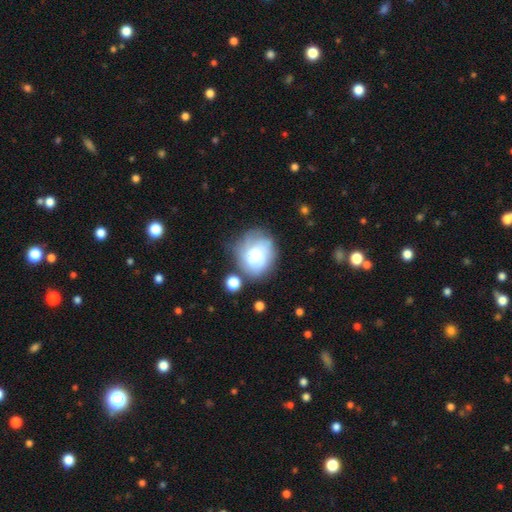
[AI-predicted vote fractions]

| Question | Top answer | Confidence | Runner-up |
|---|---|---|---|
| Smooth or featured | smooth | 49% | featured or disk (42%) |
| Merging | none | 54% | minor disturbance (23%) |